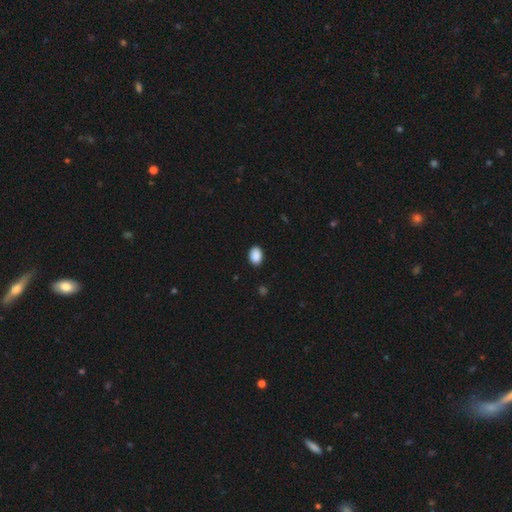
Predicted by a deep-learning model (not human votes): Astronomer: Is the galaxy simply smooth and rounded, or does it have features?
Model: smooth — 90%.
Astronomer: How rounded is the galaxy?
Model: in between — 81%.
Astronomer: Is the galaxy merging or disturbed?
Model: none — 87%.